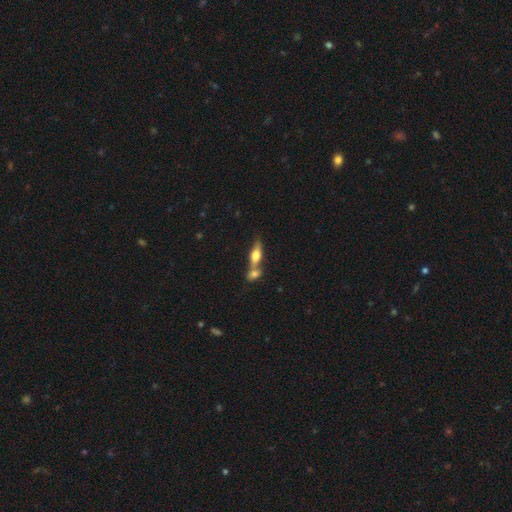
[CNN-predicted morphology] Overall: smooth (56%; featured or disk 37%). How rounded: in between (59%; cigar-shaped 35%). Merging: merger (55%; none 34%).